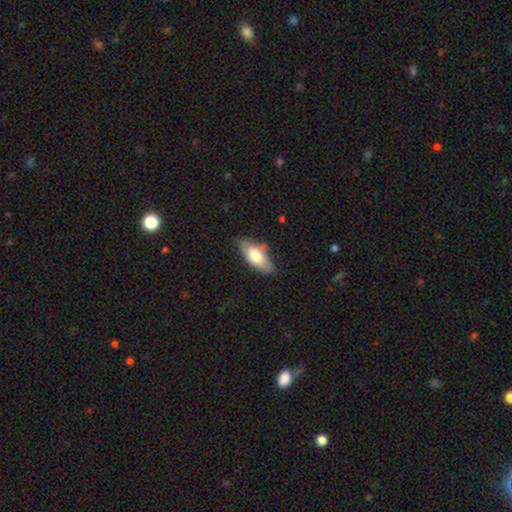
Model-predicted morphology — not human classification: smooth-or-featured: smooth: 70% | featured or disk: 25% | star or artifact: 6%
  how-rounded: in between: 86% | cigar-shaped: 11% | round: 2%
  merging: none: 71% | minor disturbance: 22% | major disturbance: 4% | merger: 2%